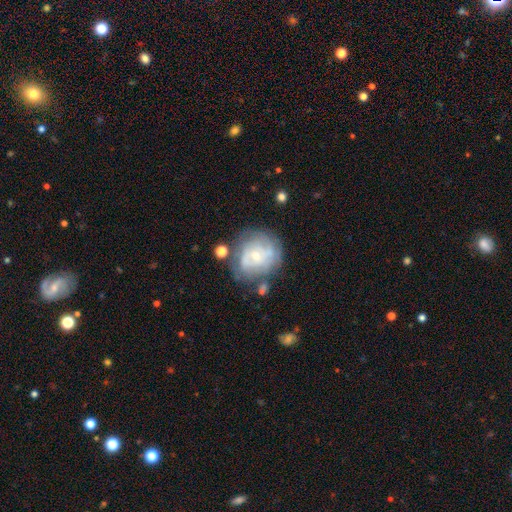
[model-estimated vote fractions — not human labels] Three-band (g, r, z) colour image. It shows a featured or disk galaxy (64%) with no bar (71%), spiral arms (72%) and a small central bulge (71%). Merging: none (61%).